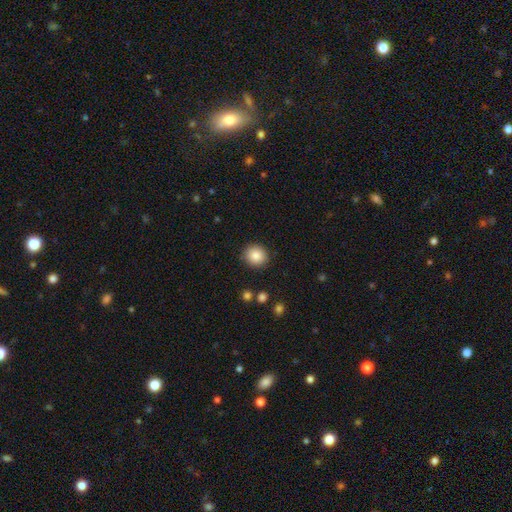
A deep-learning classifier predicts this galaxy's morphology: Q: Smooth or featured?
A: smooth (86%); runner-up: star or artifact (9%)
Q: How rounded?
A: round (88%); runner-up: in between (11%)
Q: Merging?
A: none (90%); runner-up: minor disturbance (6%)